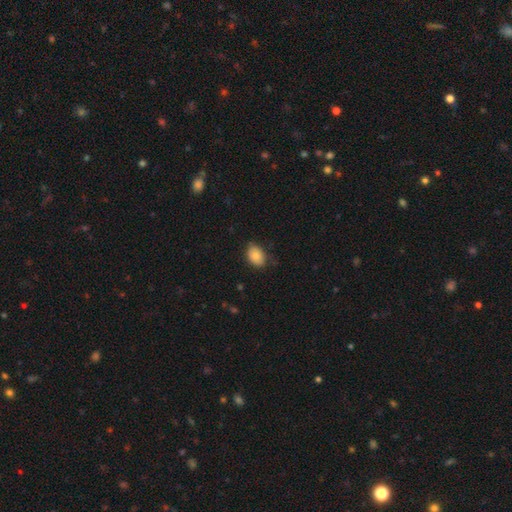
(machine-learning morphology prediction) type=smooth (83%); roundness=in between (79%); merging=none (75%).